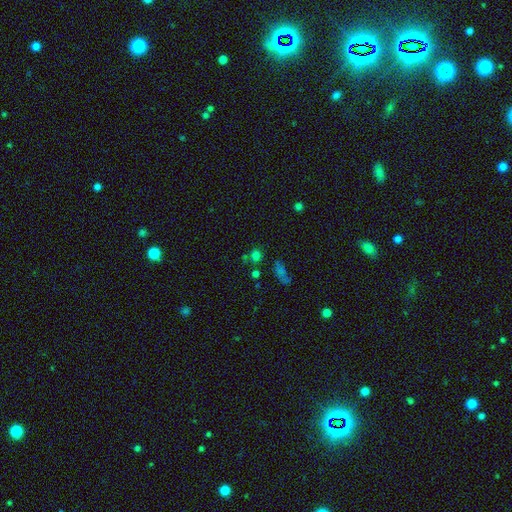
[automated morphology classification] smooth_or_featured: smooth (p=0.66) [alt: star or artifact p=0.26]
how_rounded: round (p=0.76) [alt: in between p=0.21]
merging: none (p=0.66) [alt: merger p=0.17]